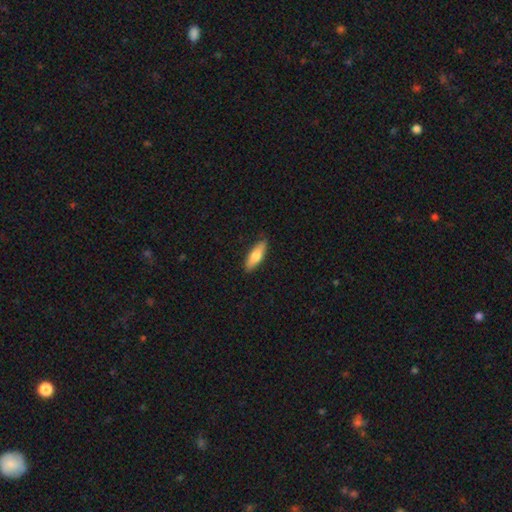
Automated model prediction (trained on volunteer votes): Q: Smooth or featured?
A: smooth (71%); runner-up: featured or disk (23%)
Q: How rounded?
A: in between (53%); runner-up: cigar-shaped (45%)
Q: Merging?
A: none (88%); runner-up: minor disturbance (10%)